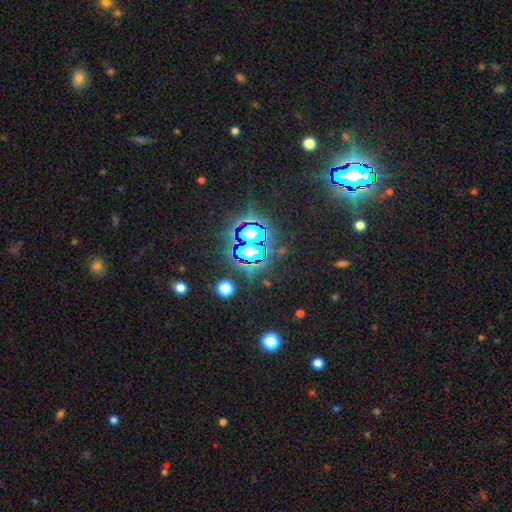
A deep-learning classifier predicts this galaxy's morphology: Overall: star or artifact (74%).